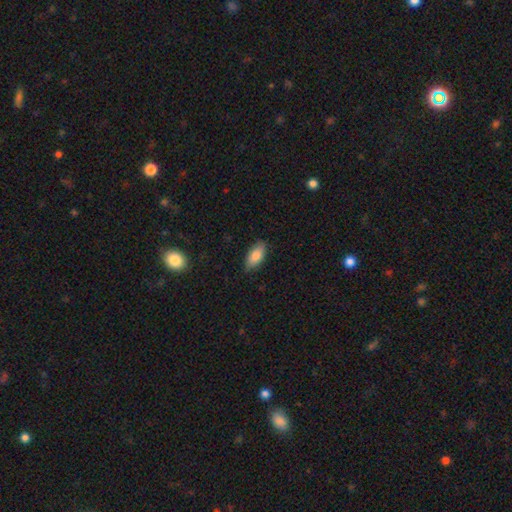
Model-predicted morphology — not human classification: smooth 84%, featured or disk 10%, star or artifact 7%. Down the decision tree: how rounded — in between (88%); merging — none (82%).